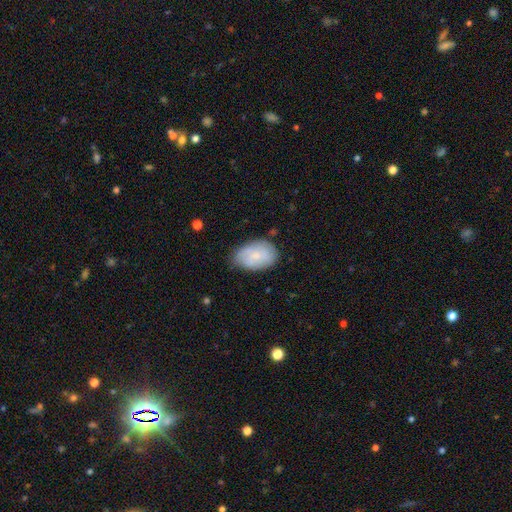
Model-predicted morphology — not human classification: This is likely a smooth galaxy (69%). How rounded: clearly in between (89%). Merging: likely none (65%).